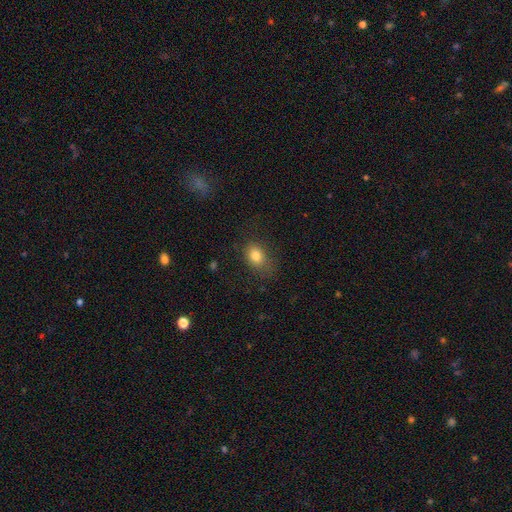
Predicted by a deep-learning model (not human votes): This appears to be a smooth galaxy with no disk features (80%) that is in between round and cigar-shaped (71%). Merging: none (67%).